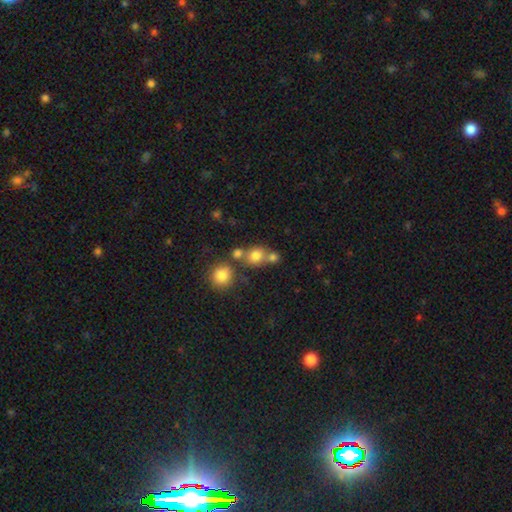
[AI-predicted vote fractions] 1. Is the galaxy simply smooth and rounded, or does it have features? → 75% smooth, 14% star or artifact, 11% featured or disk.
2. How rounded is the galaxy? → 71% round, 28% in between, 1% cigar-shaped.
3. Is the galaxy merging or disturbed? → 50% none, 36% merger, 10% minor disturbance, 5% major disturbance.